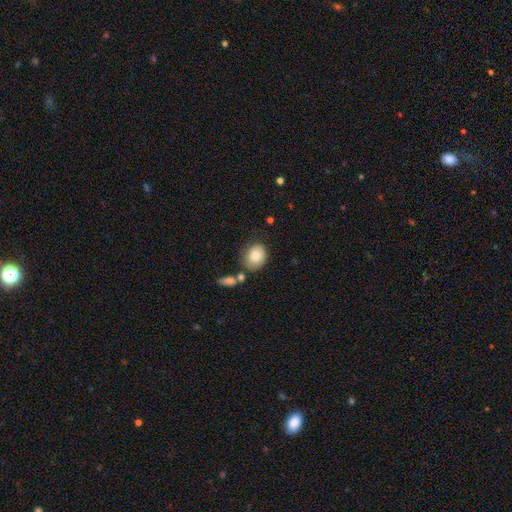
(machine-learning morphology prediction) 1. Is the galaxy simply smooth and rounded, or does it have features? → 83% smooth, 10% featured or disk, 7% star or artifact.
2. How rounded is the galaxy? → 53% in between, 46% round, 1% cigar-shaped.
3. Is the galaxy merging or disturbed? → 63% none, 20% minor disturbance, 12% merger, 5% major disturbance.